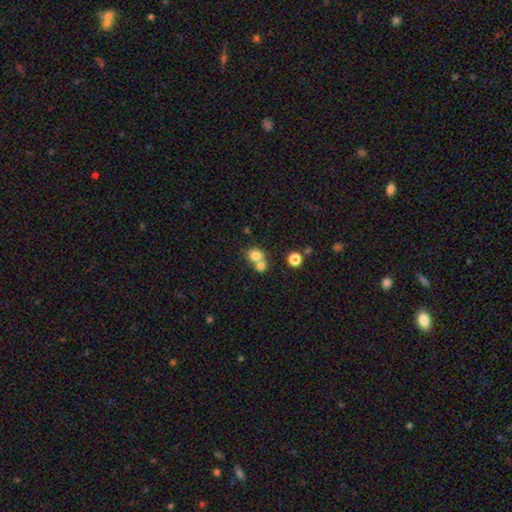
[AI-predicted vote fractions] This is likely a smooth galaxy (77%). How rounded: likely round (76%). Merging: possibly merger (56%).